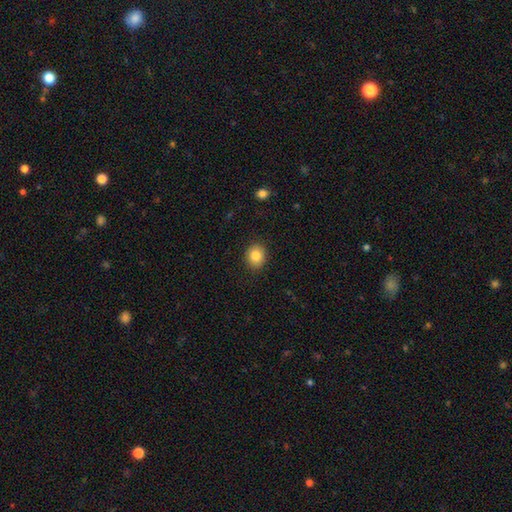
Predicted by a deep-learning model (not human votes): This appears to be a smooth galaxy with no disk features (85%) that is round (66%). Merging: none (89%).